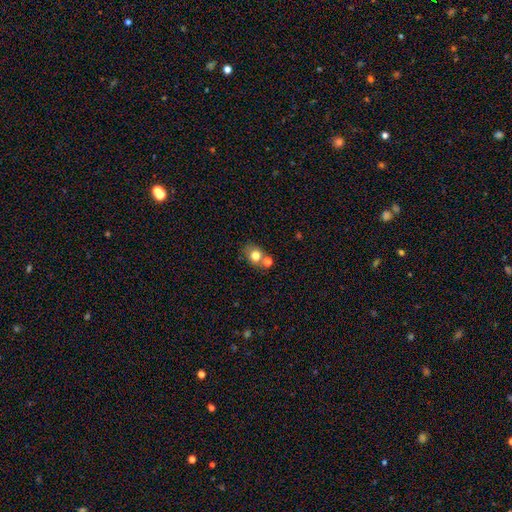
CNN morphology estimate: Smooth or featured: smooth — 77% (star or artifact — 12%)
How rounded: round — 61% (in between — 38%)
Merging: none — 60% (merger — 25%)